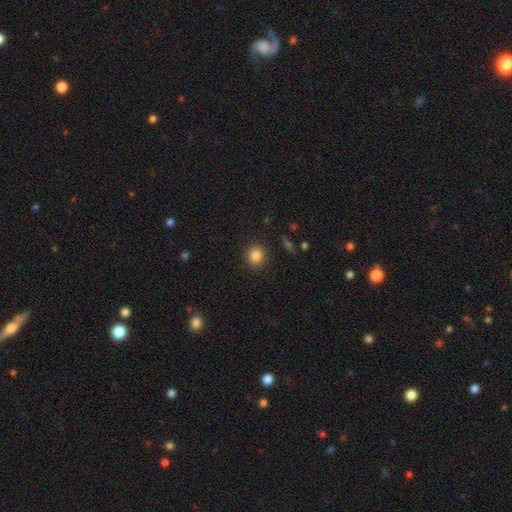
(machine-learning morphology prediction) Overall: smooth (84%). How rounded: round (89%). Merging: none (91%).